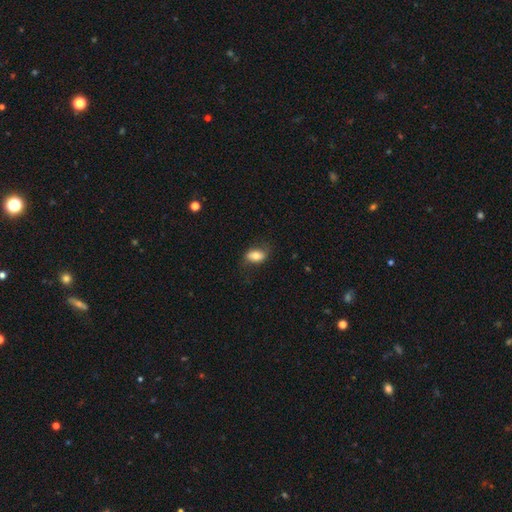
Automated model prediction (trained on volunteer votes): The model was most divided on "merging": none: 74%, minor disturbance: 19%, major disturbance: 6%, merger: 1%. More confident: how rounded — in between (86%); smooth or featured — smooth (74%).